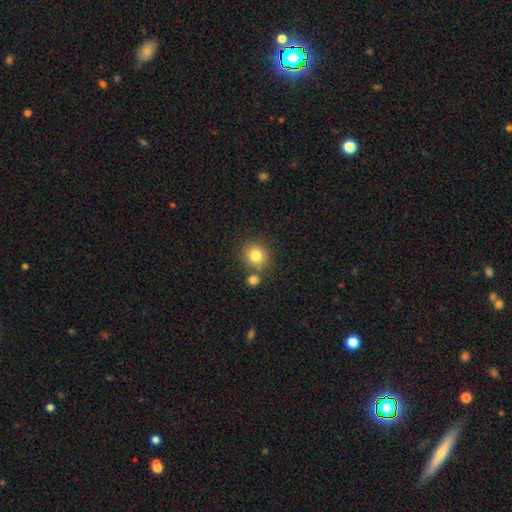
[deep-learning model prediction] Smooth or featured? smooth (81%)
How rounded? round (85%)
Merging? none (72%)